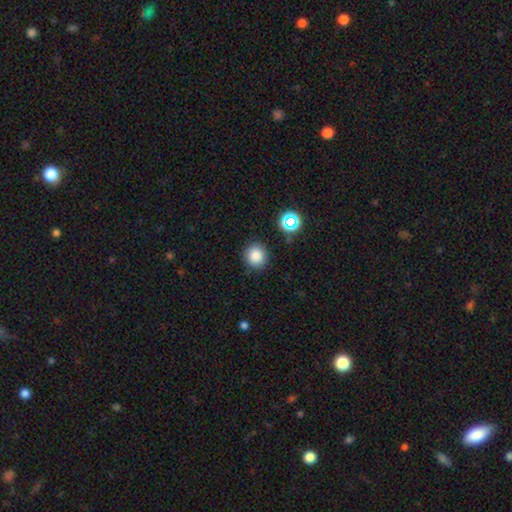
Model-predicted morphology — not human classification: Smooth or featured? smooth (82%)
How rounded? round (92%)
Merging? none (88%)